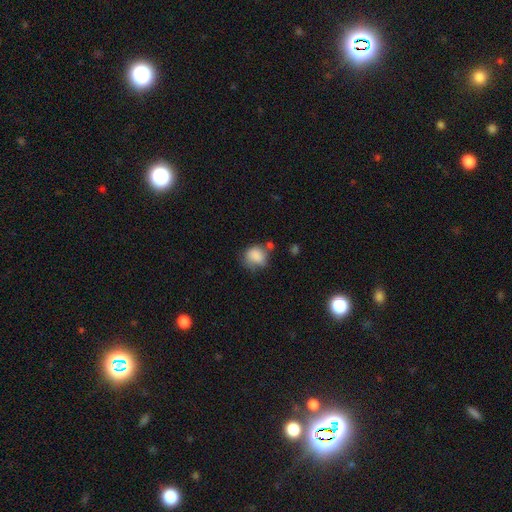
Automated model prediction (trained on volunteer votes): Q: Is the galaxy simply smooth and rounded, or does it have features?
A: smooth — 84%.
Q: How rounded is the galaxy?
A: round — 63%.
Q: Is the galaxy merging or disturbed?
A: none — 50%.